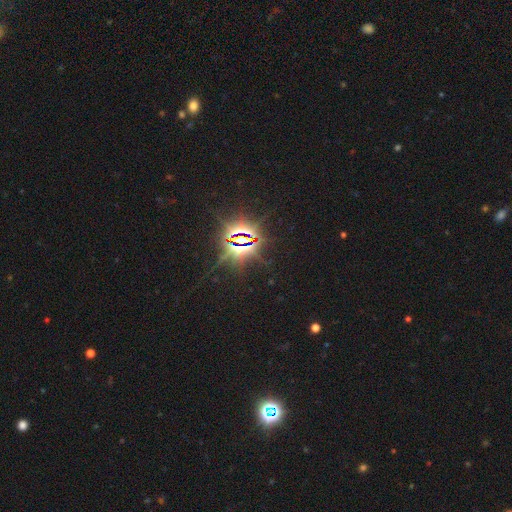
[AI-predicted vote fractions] A star or artifact, not a galaxy (86%).